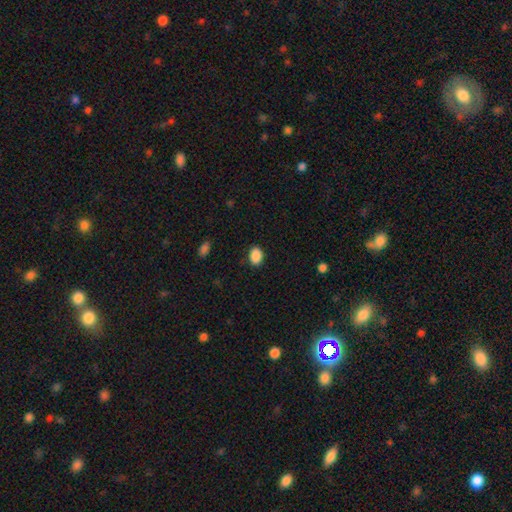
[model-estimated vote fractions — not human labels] Overall: smooth (89%). How rounded: in between (80%). Merging: none (87%).